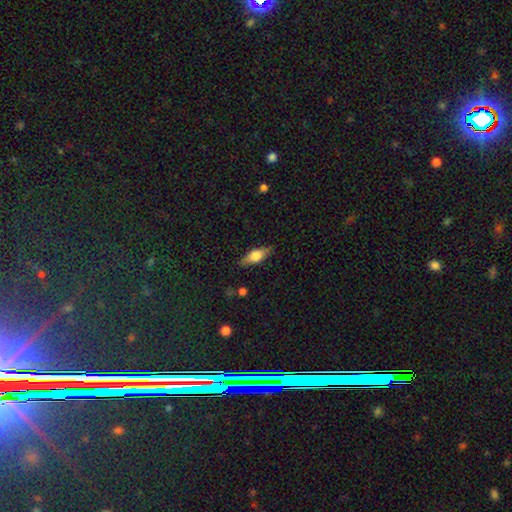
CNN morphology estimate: smooth_or_featured: smooth (p=0.64) [alt: featured or disk p=0.29]
how_rounded: in between (p=0.69) [alt: cigar-shaped p=0.27]
merging: none (p=0.83) [alt: minor disturbance p=0.13]